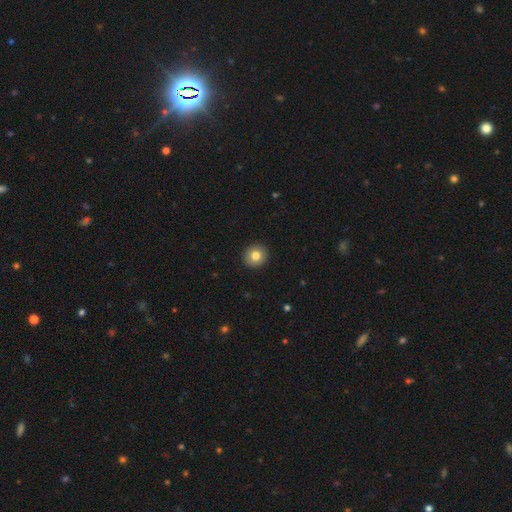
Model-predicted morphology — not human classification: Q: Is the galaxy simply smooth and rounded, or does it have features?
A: smooth — 80%.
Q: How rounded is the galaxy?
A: round — 91%.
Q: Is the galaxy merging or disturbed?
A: none — 92%.